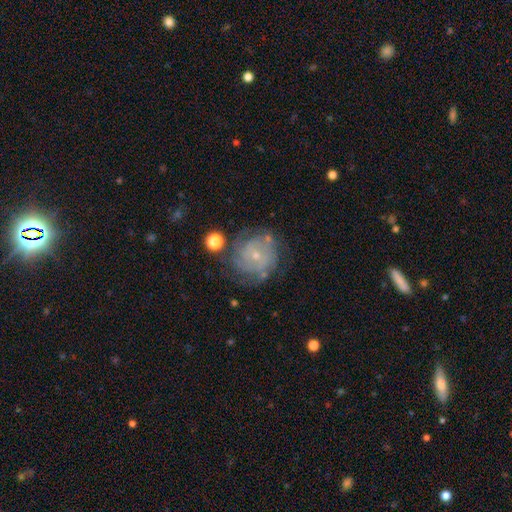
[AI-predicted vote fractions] A featured or disk galaxy (74%) with no bar (78%), tight (66%) spiral arms (87%) and a small central bulge (78%).

Vote fractions:
- Smooth or featured? featured or disk: 74% / smooth: 17% / star or artifact: 8%
- Edge-on disk? no: 98% / yes: 2%
- Bar? no: 78% / weak: 19% / strong: 3%
- Spiral arms? yes: 87% / no: 13%
- Spiral winding? tight: 66% / medium: 26% / loose: 8%
- Spiral arm count? can't tell: 44% / 3: 18% / 4: 14% / 2: 12% / more than 4: 6% / 1: 6%
- Bulge size? small: 78% / moderate: 18% / none: 2% / large: 1% / dominant: 1%
- Merging? none: 65% / minor disturbance: 20% / major disturbance: 11% / merger: 4%